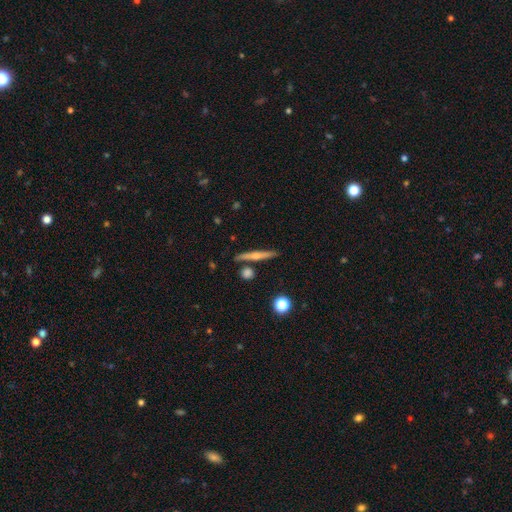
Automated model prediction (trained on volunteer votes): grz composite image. It shows a featured or disk galaxy (54%) viewed edge-on (96%) with a rounded central bulge (72%). Merging: none (83%).